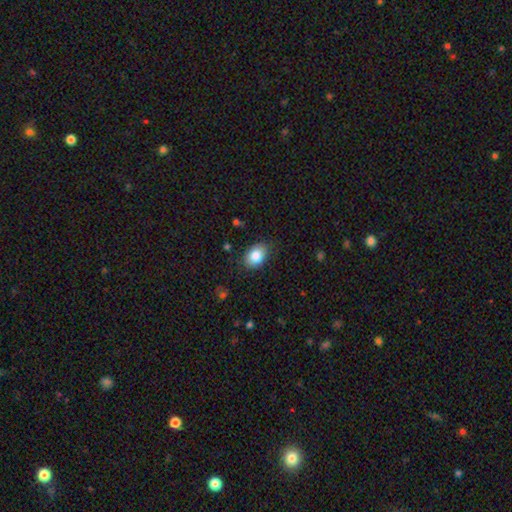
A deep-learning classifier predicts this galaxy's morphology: smooth 85%, star or artifact 8%, featured or disk 7%. Down the decision tree: how rounded — in between (79%); merging — none (82%).